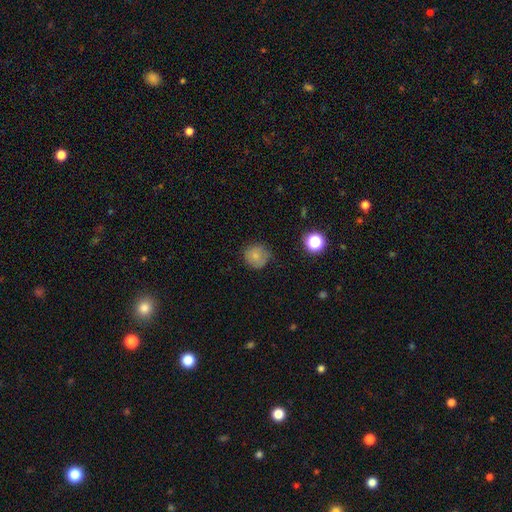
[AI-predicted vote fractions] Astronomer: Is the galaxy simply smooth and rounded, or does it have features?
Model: smooth — 75%.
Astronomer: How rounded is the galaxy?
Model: round — 88%.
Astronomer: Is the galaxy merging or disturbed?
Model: none — 66%.